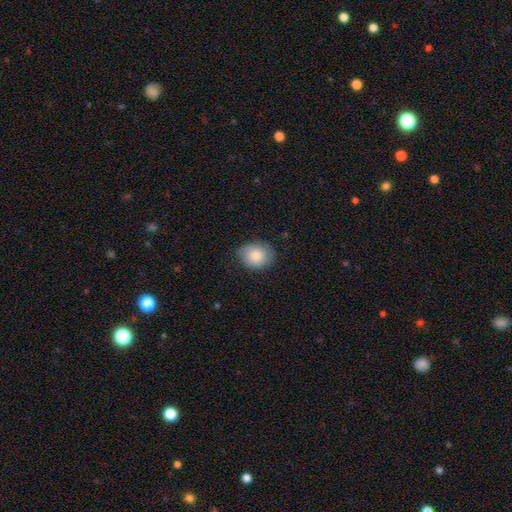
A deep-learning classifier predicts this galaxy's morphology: type=smooth (81%); roundness=round (52%); merging=none (75%).